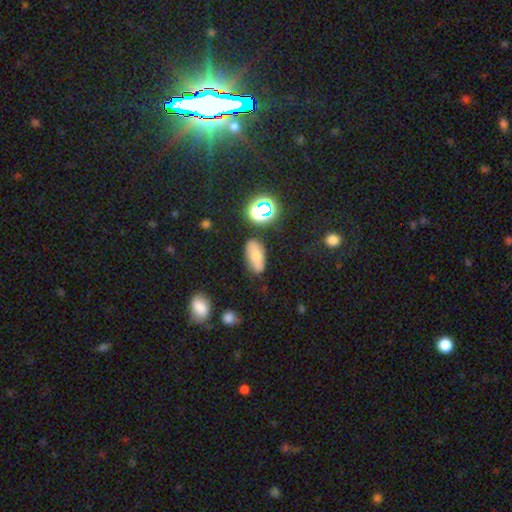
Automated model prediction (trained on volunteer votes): smooth_or_featured: smooth (p=0.66) [alt: featured or disk p=0.18]
how_rounded: in between (p=0.86) [alt: cigar-shaped p=0.07]
merging: none (p=0.74) [alt: minor disturbance p=0.17]